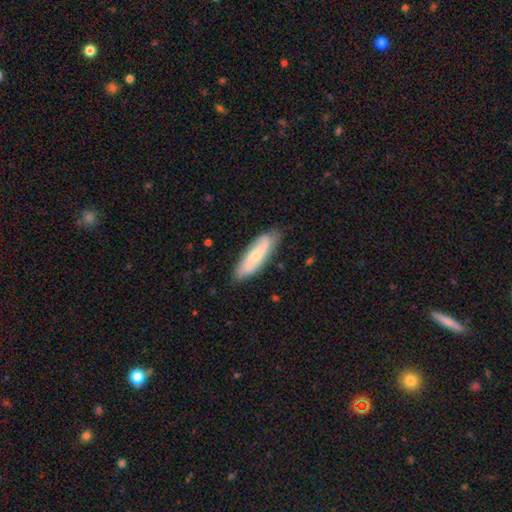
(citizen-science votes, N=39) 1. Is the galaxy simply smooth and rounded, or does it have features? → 54% featured or disk, 41% smooth, 5% star or artifact.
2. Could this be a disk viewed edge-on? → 67% no, 33% yes.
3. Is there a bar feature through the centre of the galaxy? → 36% weak (tied), 36% no (tied), 29% strong.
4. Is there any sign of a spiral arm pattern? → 93% yes, 7% no.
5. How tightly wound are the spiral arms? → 54% loose, 31% tight, 15% medium.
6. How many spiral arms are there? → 31% 2 (tied), 31% can't tell (tied), 23% 3, 8% 1, 8% more than 4, 0% 4.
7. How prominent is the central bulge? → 64% moderate, 21% small, 7% large, 7% none, 0% dominant.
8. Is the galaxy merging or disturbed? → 84% none, 11% minor disturbance, 3% major disturbance, 3% merger.